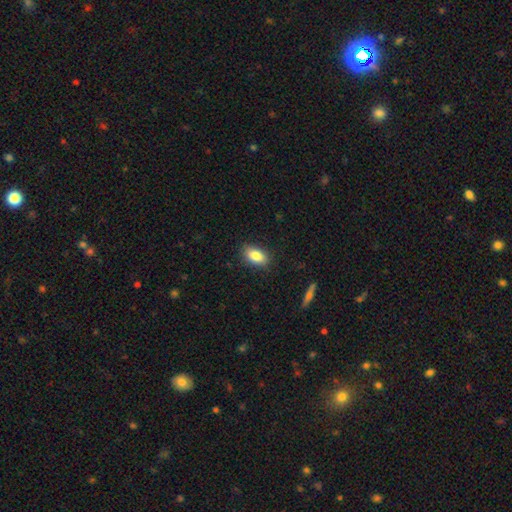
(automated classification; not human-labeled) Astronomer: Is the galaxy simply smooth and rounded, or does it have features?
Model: smooth — 85%.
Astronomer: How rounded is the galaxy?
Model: in between — 90%.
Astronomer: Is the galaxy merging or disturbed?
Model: none — 87%.